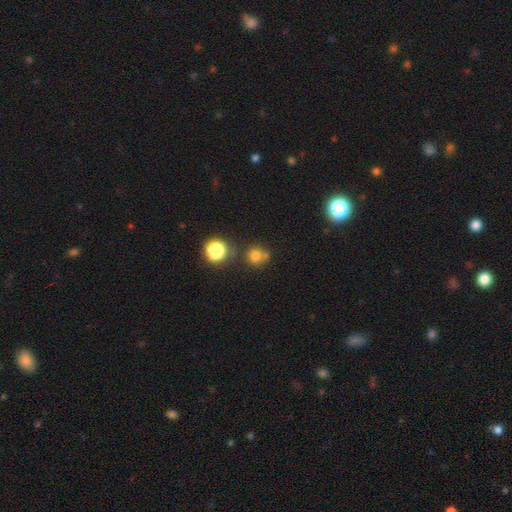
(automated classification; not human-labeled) smooth_or_featured: smooth (p=0.76) [alt: star or artifact p=0.17]
how_rounded: round (p=0.88) [alt: in between p=0.11]
merging: none (p=0.60) [alt: merger p=0.23]